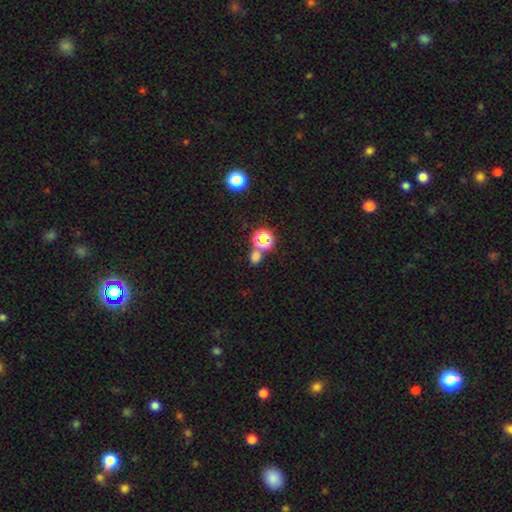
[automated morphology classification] The model was most divided on "smooth or featured": smooth: 61%, star or artifact: 32%, featured or disk: 7%. More confident: how rounded — round (68%); merging — none (63%).